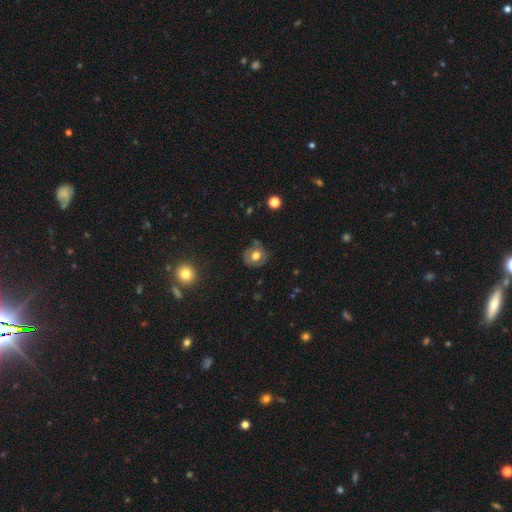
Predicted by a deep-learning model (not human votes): A smooth galaxy with no disk features (62%) that is round (81%). Merging: none (71%).